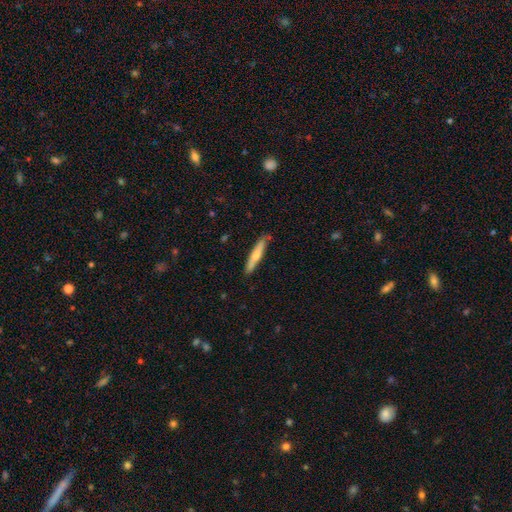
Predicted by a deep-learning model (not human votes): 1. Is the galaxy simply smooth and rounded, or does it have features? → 55% smooth, 40% featured or disk, 6% star or artifact.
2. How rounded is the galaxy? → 92% cigar-shaped, 7% in between, 1% round.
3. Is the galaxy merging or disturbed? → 85% none, 12% minor disturbance, 2% major disturbance, 2% merger.